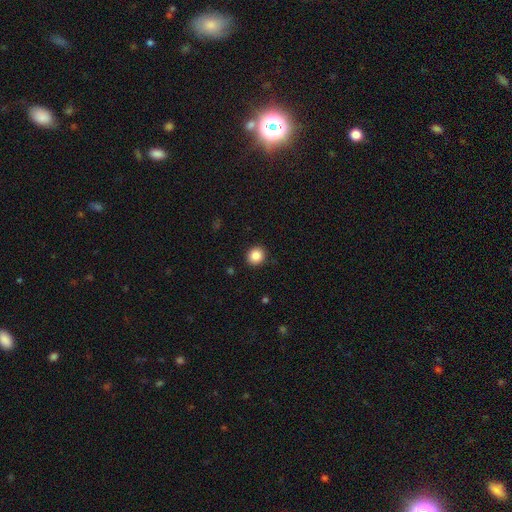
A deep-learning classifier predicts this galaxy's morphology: Smooth or featured? Predicted: smooth (p=0.87). How rounded? Predicted: round (p=0.85). Merging? Predicted: none (p=0.91).